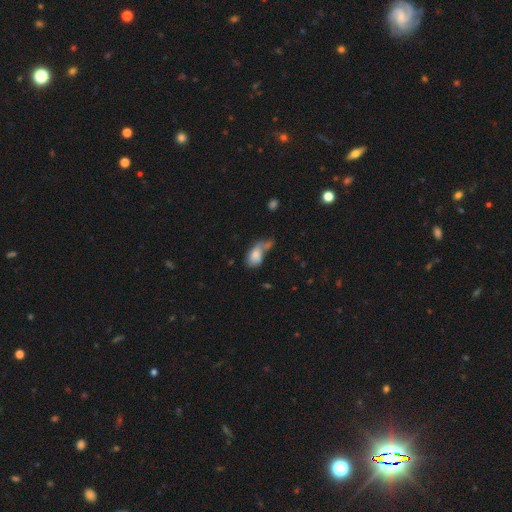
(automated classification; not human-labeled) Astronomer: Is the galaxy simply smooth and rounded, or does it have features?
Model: smooth — 74%.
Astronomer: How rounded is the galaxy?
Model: in between — 88%.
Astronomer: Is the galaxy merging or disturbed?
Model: merger — 32% (runner-up: none, 27%).